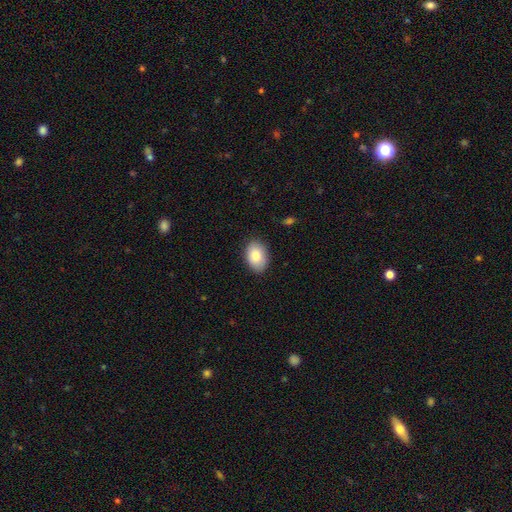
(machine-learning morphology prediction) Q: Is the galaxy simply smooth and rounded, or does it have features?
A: smooth — 83%.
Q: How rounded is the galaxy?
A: in between — 84%.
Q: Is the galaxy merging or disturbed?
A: none — 87%.